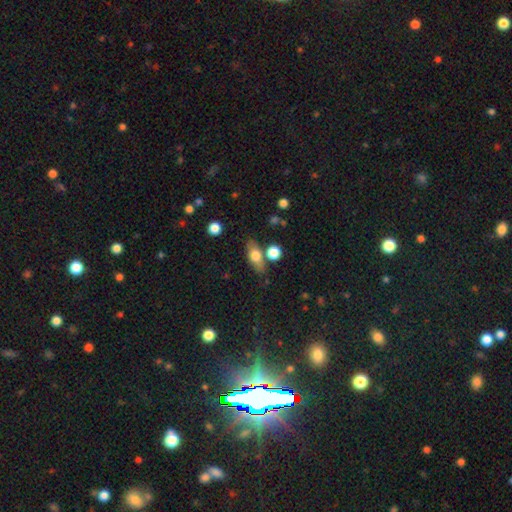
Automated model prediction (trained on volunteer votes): Q: Smooth or featured?
A: smooth (68%); runner-up: featured or disk (23%)
Q: How rounded?
A: in between (69%); runner-up: cigar-shaped (21%)
Q: Merging?
A: none (70%); runner-up: minor disturbance (13%)